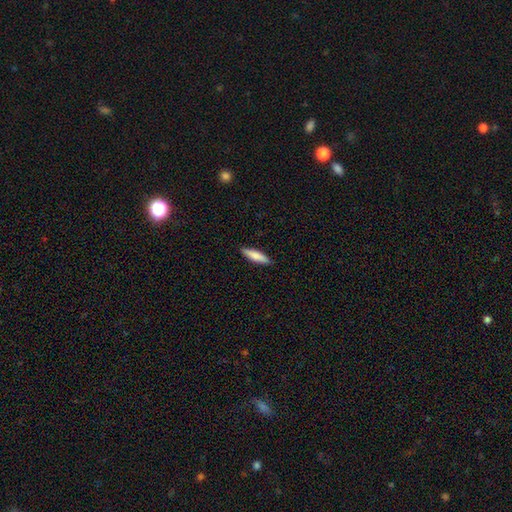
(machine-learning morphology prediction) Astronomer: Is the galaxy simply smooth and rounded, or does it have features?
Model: smooth — 80%.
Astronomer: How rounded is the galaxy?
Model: cigar-shaped — 73%.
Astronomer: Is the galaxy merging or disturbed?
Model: none — 89%.